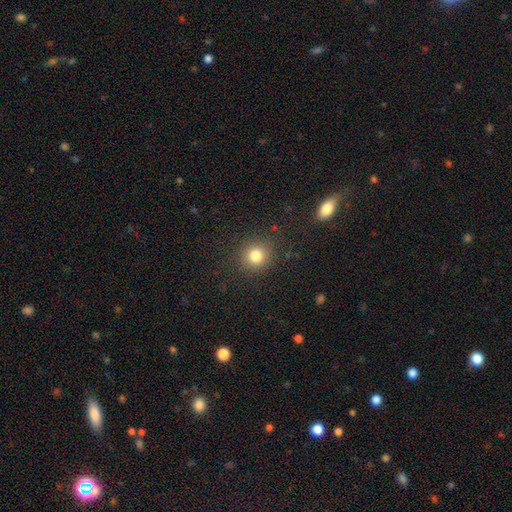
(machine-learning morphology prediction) A smooth galaxy with no disk features (82%) that is round (88%).

Vote fractions:
- Smooth or featured? smooth: 82% / star or artifact: 12% / featured or disk: 6%
- How rounded? round: 88% / in between: 11% / cigar-shaped: 1%
- Merging? none: 87% / minor disturbance: 8% / major disturbance: 3% / merger: 1%